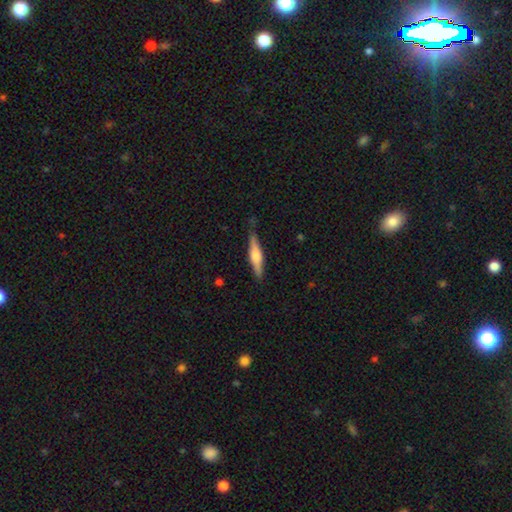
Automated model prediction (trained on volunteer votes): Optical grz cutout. It shows a featured or disk galaxy (56%) viewed edge-on (97%) with a rounded central bulge (76%). Merging: none (86%).